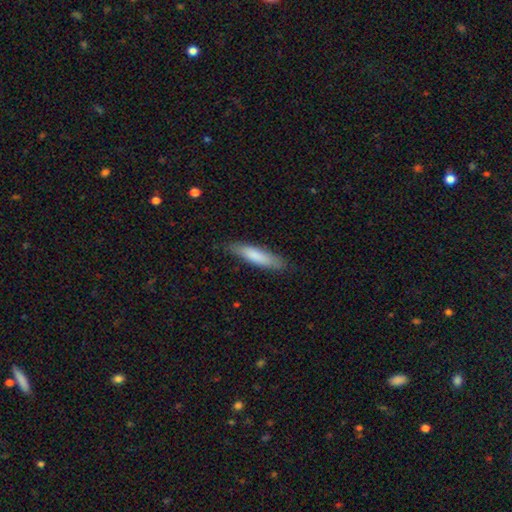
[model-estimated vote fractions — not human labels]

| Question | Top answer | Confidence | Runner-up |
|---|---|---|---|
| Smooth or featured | smooth | 81% | featured or disk (14%) |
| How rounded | cigar-shaped | 74% | in between (25%) |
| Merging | none | 82% | minor disturbance (14%) |